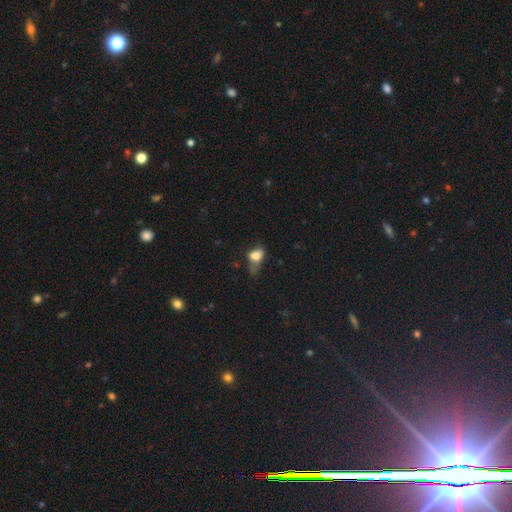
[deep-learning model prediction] Morphology: type=smooth (73%); roundness=in between (76%); merging=major disturbance (34%).